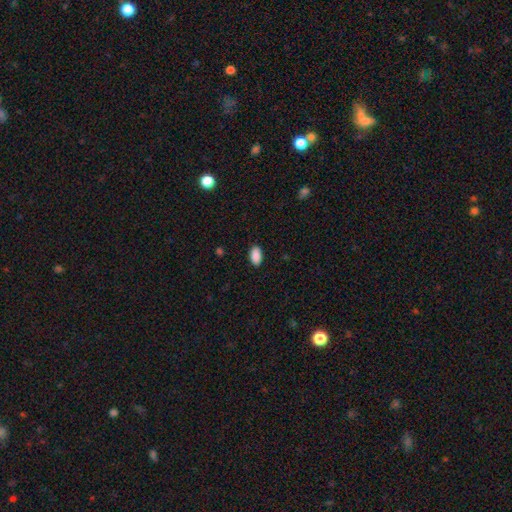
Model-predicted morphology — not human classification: Smooth or featured? Predicted: smooth (p=0.90). How rounded? Predicted: in between (p=0.94). Merging? Predicted: none (p=0.89).